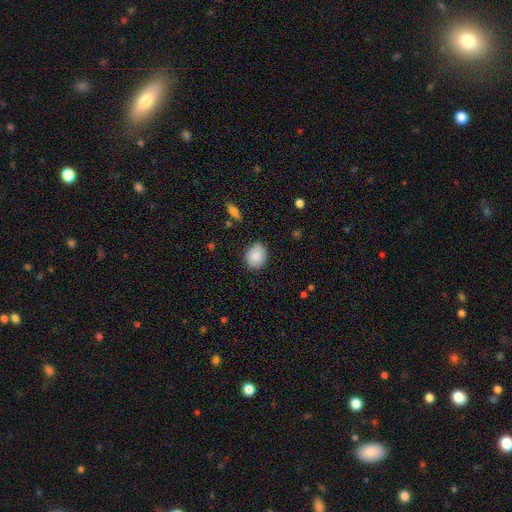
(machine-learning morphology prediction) type=smooth (85%); roundness=round (52%); merging=none (83%).